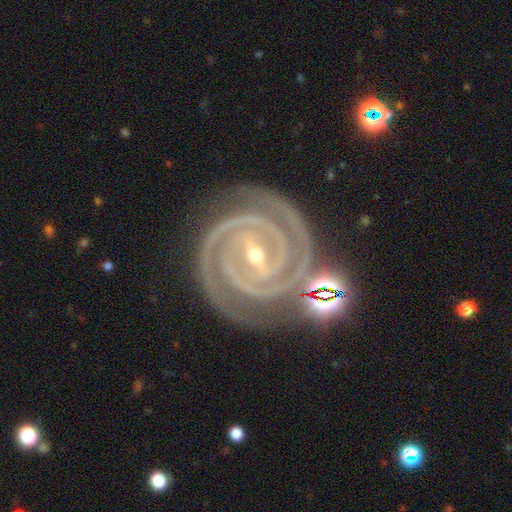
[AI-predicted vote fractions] The model was most divided on "bar": strong: 61%, weak: 27%, no: 11%. More confident: spiral arms — yes (99%); edge-on disk — no (98%); smooth or featured — featured or disk (94%); spiral winding — tight (86%); merging — none (80%); spiral arm count — 2 (71%); bulge size — small (68%).